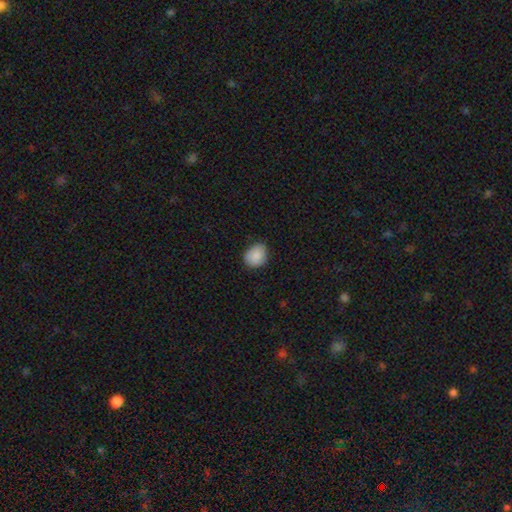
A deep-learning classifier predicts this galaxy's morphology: Overall: smooth (88%). How rounded: round (56%; in between 43%). Merging: none (77%).